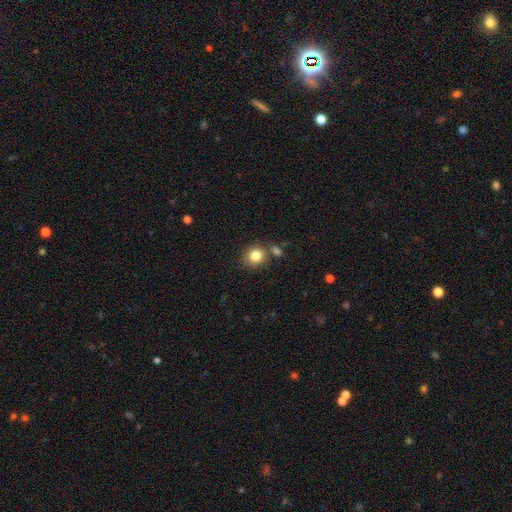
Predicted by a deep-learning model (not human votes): Smooth or featured? smooth (83%)
How rounded? round (82%)
Merging? none (73%)